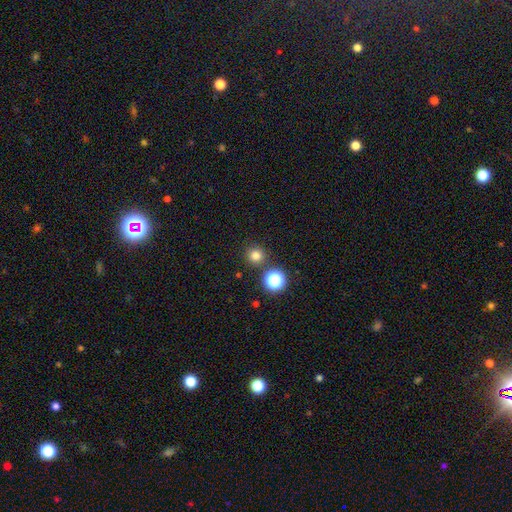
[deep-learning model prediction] This is likely a smooth galaxy (78%). How rounded: clearly round (95%). Merging: clearly none (87%).